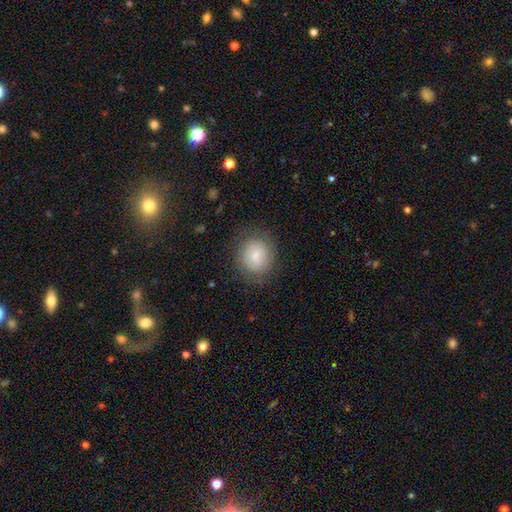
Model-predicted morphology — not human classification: A smooth galaxy with no disk features (73%) that is round (77%). Merging: none (80%).